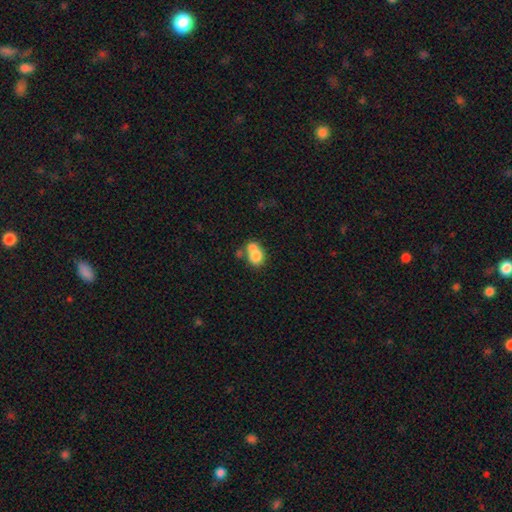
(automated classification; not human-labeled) This is likely a smooth galaxy (74%). How rounded: possibly in between (51%). Merging: possibly merger (58%).